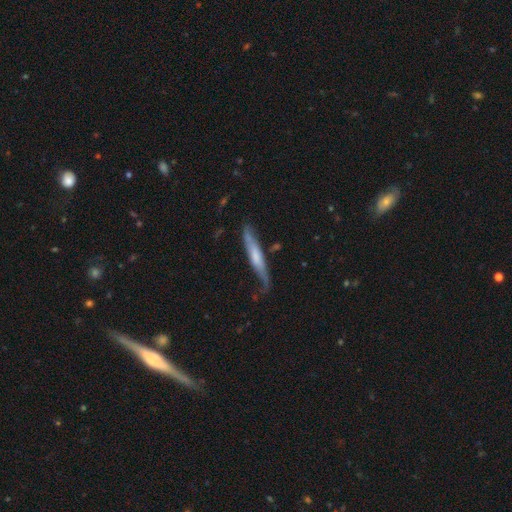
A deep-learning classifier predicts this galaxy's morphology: Q: Smooth or featured?
A: featured or disk (52%); runner-up: smooth (42%)
Q: Edge-on disk?
A: yes (72%); runner-up: no (28%)
Q: Merging?
A: none (56%); runner-up: minor disturbance (29%)